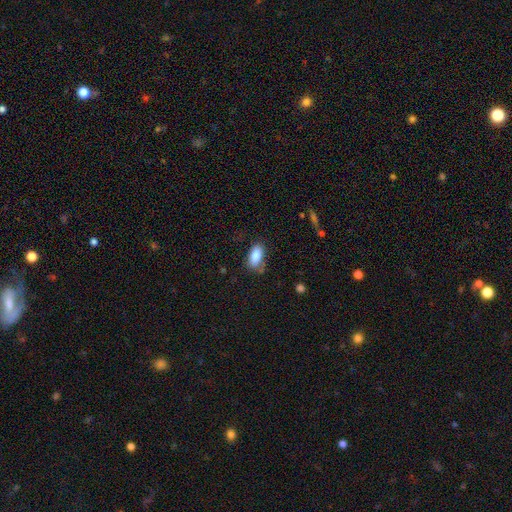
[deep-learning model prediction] Q: Smooth or featured?
A: smooth (84%); runner-up: featured or disk (8%)
Q: How rounded?
A: in between (91%); runner-up: cigar-shaped (5%)
Q: Merging?
A: none (72%); runner-up: minor disturbance (19%)